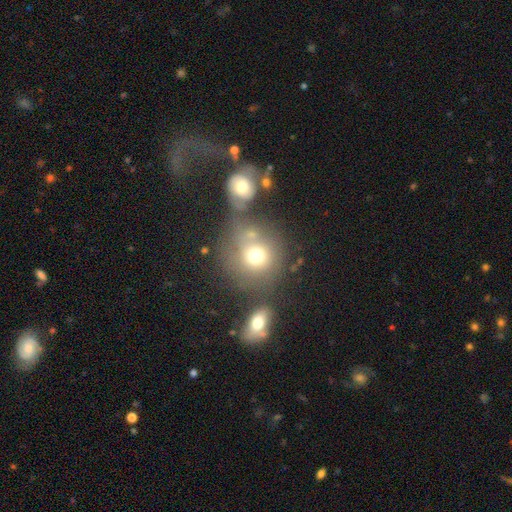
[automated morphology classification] Q: Smooth or featured?
A: smooth (69%); runner-up: featured or disk (19%)
Q: How rounded?
A: round (84%); runner-up: in between (15%)
Q: Merging?
A: none (44%); runner-up: merger (34%)